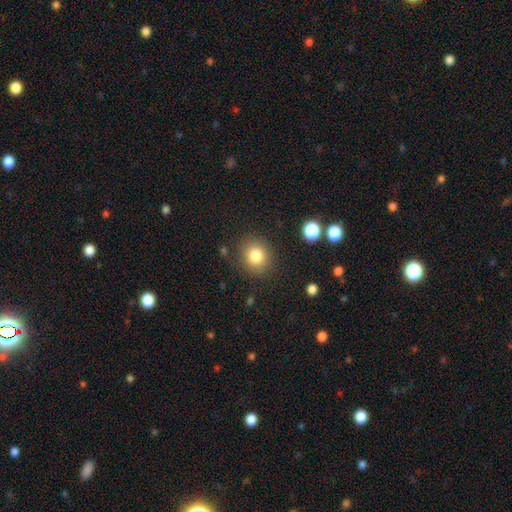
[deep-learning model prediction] This is clearly a smooth galaxy (82%). How rounded: likely round (77%). Merging: clearly none (85%).